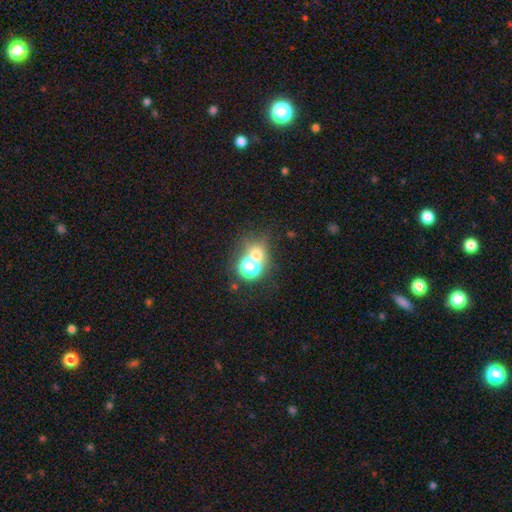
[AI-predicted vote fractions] Smooth or featured: smooth — 60% (star or artifact — 29%)
How rounded: round — 77% (in between — 22%)
Merging: none — 51% (merger — 35%)